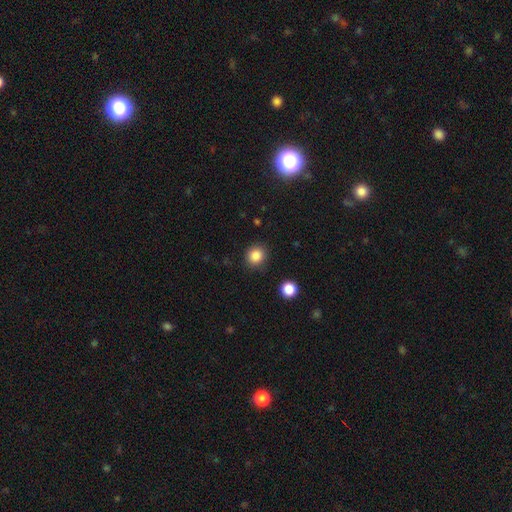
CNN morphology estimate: Q: Smooth or featured?
A: smooth (85%); runner-up: star or artifact (11%)
Q: How rounded?
A: round (84%); runner-up: in between (15%)
Q: Merging?
A: none (88%); runner-up: minor disturbance (8%)